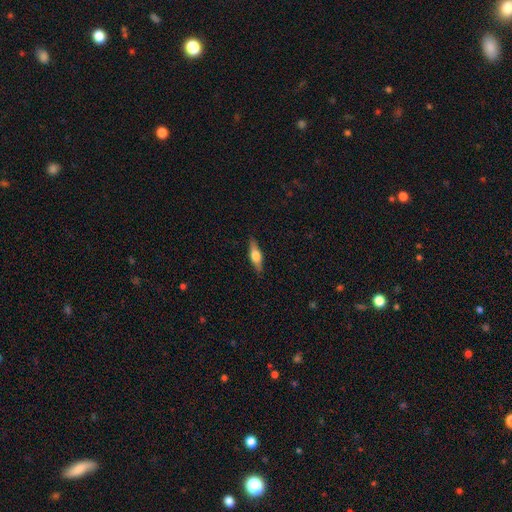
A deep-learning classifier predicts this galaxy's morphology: Smooth or featured: smooth — 48% (featured or disk — 46%)
Merging: none — 86% (minor disturbance — 11%)